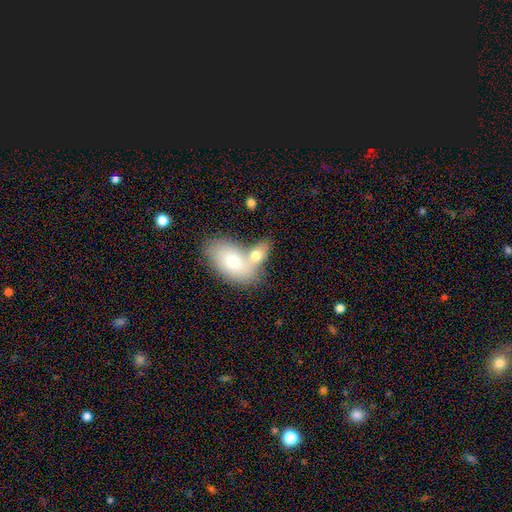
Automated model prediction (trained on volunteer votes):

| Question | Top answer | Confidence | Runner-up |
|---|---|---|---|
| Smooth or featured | smooth | 71% | featured or disk (22%) |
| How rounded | in between | 86% | round (10%) |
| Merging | merger | 56% | none (32%) |